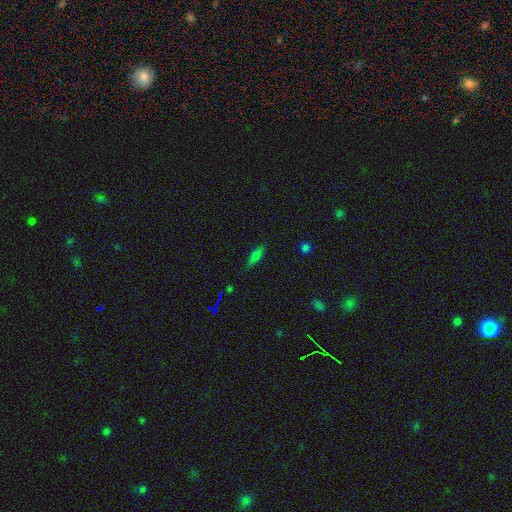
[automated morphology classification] Smooth or featured?
  - smooth: 72% *
  - star or artifact: 16%
  - featured or disk: 12%
How rounded?
  - in between: 66% *
  - cigar-shaped: 31%
  - round: 3%
Merging?
  - none: 73% *
  - minor disturbance: 21%
  - major disturbance: 5%
  - merger: 2%